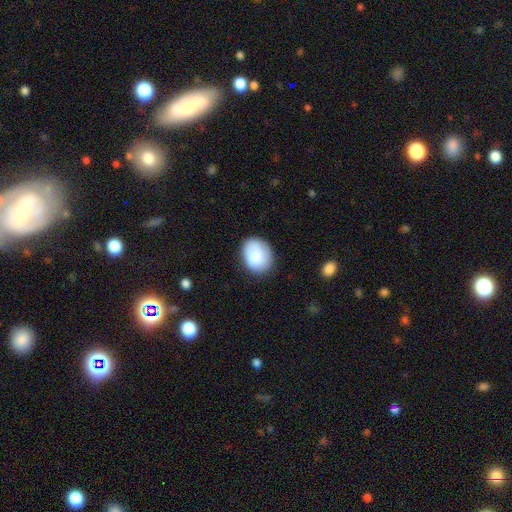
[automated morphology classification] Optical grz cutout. It shows a smooth galaxy with no disk features (84%) that is in between round and cigar-shaped (59%). Merging: none (79%).